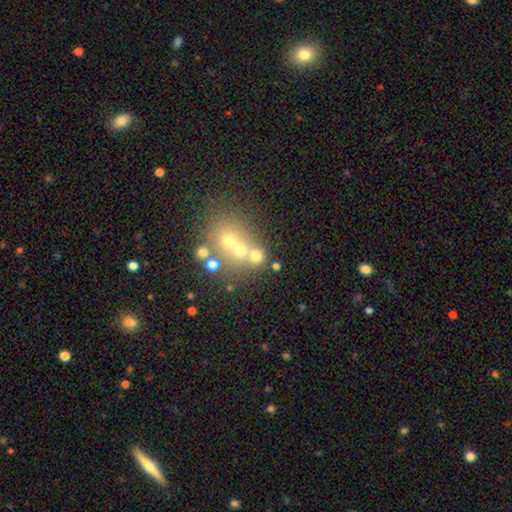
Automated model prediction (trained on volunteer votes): smooth-or-featured: smooth: 56% | star or artifact: 22% | featured or disk: 22%
  how-rounded: round: 78% | in between: 21% | cigar-shaped: 1%
  merging: none: 46% | merger: 42% | minor disturbance: 8% | major disturbance: 5%